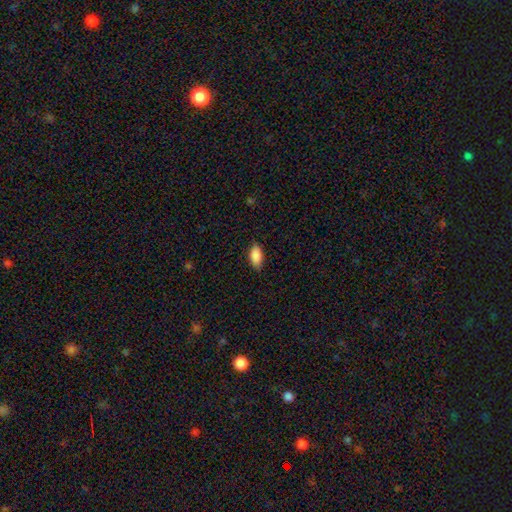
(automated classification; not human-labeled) Overall: smooth (89%). How rounded: in between (92%). Merging: none (83%).